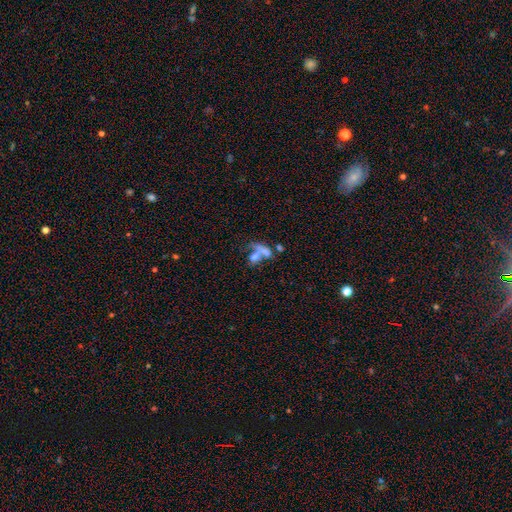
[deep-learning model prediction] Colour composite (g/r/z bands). It shows a smooth galaxy with no disk features (54%) that is in between round and cigar-shaped (62%). Merging: merger (55%).